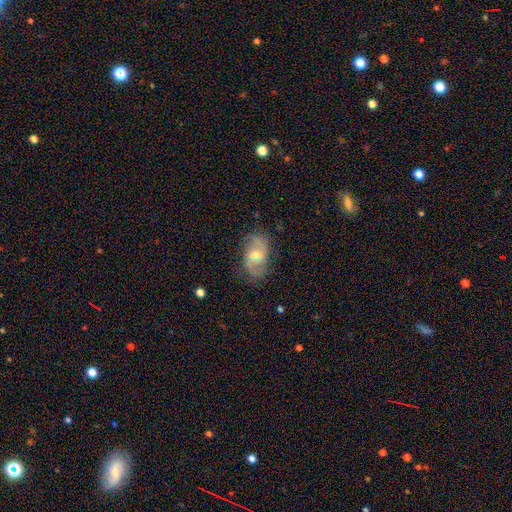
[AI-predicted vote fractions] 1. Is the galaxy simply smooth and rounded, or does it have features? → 70% featured or disk, 22% smooth, 8% star or artifact.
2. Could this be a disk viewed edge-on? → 94% no, 6% yes.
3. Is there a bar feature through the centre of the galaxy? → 55% weak, 27% no, 18% strong.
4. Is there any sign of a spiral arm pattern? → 84% yes, 16% no.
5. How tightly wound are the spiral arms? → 43% medium, 37% loose, 20% tight.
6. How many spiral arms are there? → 78% 2, 13% can't tell, 3% 1, 3% 3, 1% 4, 1% more than 4.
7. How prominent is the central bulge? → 65% moderate, 26% small, 5% large, 2% none, 1% dominant.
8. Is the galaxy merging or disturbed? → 71% none, 20% minor disturbance, 8% major disturbance, 2% merger.